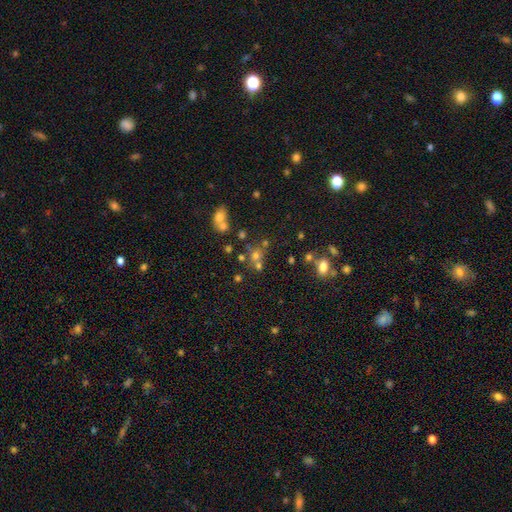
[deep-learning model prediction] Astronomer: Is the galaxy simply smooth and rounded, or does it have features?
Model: smooth — 57%.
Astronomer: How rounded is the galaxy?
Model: round — 81%.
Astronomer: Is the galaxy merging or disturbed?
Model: none — 51% (runner-up: merger, 34%).